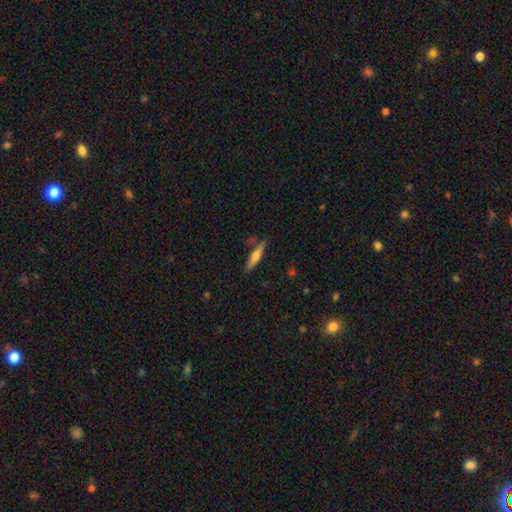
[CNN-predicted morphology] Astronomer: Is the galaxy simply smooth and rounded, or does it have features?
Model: smooth — 55% (runner-up: featured or disk, 39%).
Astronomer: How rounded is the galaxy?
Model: cigar-shaped — 83%.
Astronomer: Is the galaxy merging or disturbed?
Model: none — 79%.